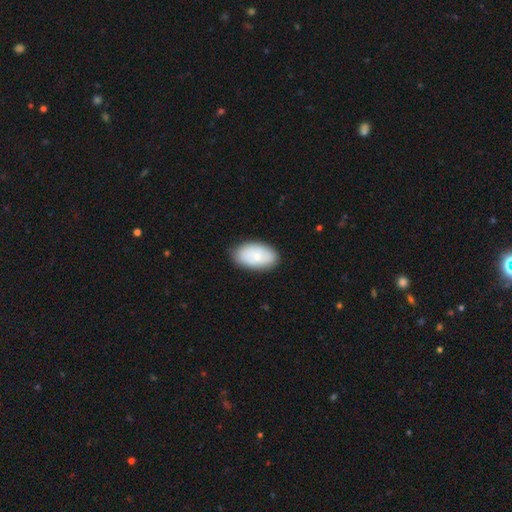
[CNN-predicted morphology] Q: Smooth or featured?
A: smooth (70%); runner-up: featured or disk (25%)
Q: How rounded?
A: in between (94%); runner-up: round (5%)
Q: Merging?
A: none (83%); runner-up: minor disturbance (13%)